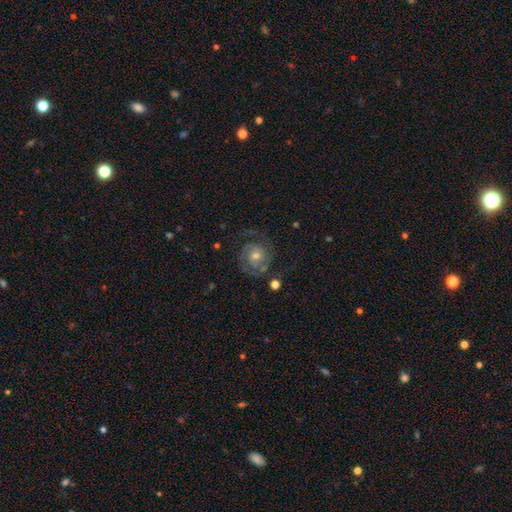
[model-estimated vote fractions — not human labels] Q: Smooth or featured?
A: featured or disk (80%); runner-up: smooth (12%)
Q: Edge-on disk?
A: no (98%); runner-up: yes (2%)
Q: Bar?
A: no (71%); runner-up: weak (24%)
Q: Spiral arms?
A: yes (94%); runner-up: no (6%)
Q: Spiral winding?
A: tight (54%); runner-up: medium (35%)
Q: Spiral arm count?
A: 2 (65%); runner-up: can't tell (15%)
Q: Bulge size?
A: moderate (52%); runner-up: small (41%)
Q: Merging?
A: none (71%); runner-up: minor disturbance (15%)